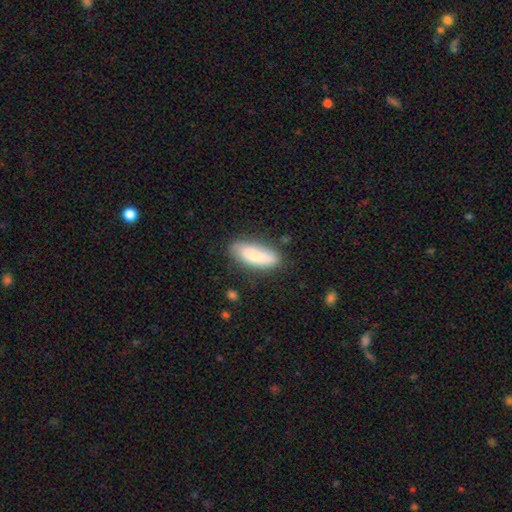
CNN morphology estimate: The model was most divided on "how rounded": in between: 73%, cigar-shaped: 24%, round: 2%. More confident: merging — none (73%); smooth or featured — smooth (71%).